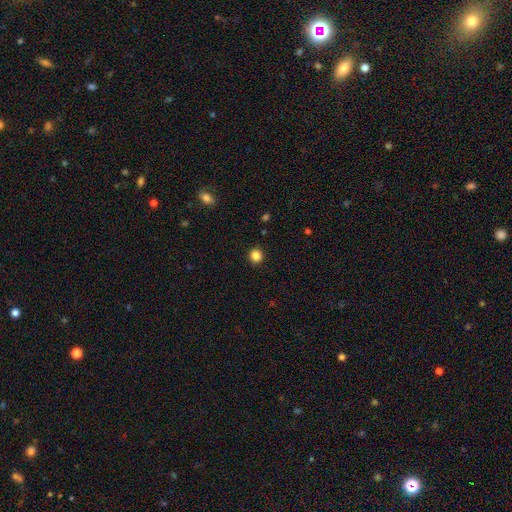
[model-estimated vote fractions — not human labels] This is clearly a smooth galaxy (85%). How rounded: clearly round (88%). Merging: clearly none (92%).